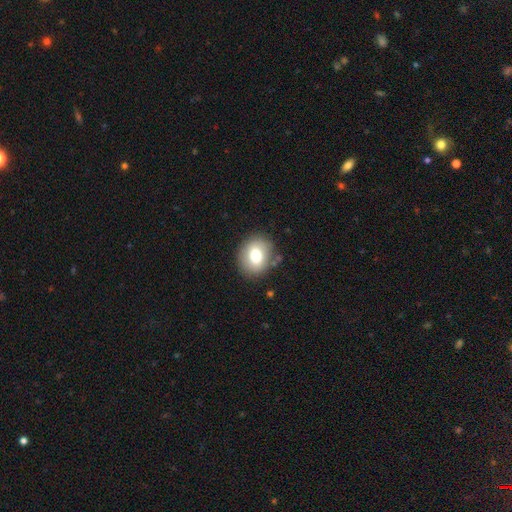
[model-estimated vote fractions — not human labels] This is likely a smooth galaxy (75%). How rounded: likely round (60%). Merging: clearly none (83%).